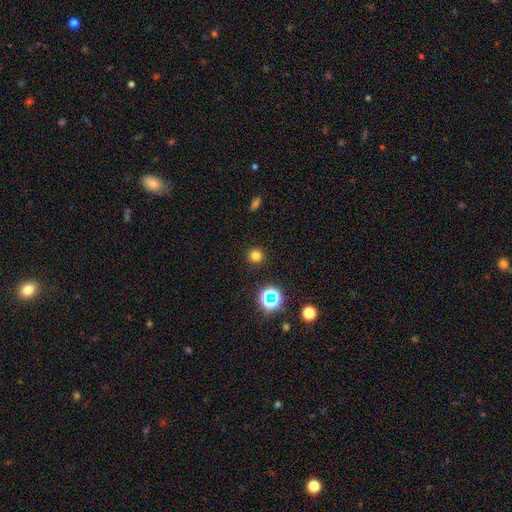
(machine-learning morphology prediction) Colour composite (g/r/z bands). It shows a smooth galaxy with no disk features (75%) that is round (95%). Merging: none (91%).